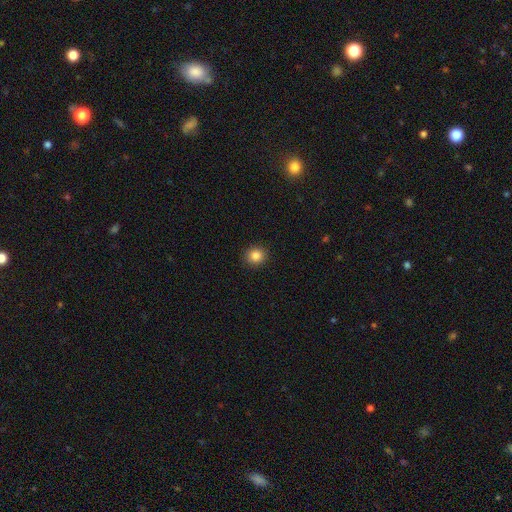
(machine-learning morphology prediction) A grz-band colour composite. It shows a smooth galaxy with no disk features (85%) that is round (90%). Merging: none (92%).